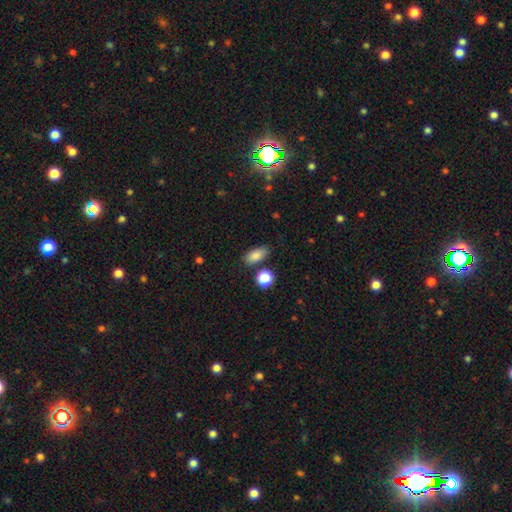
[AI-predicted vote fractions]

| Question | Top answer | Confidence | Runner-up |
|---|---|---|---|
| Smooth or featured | smooth | 84% | star or artifact (9%) |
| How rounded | in between | 81% | round (10%) |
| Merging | none | 78% | minor disturbance (12%) |